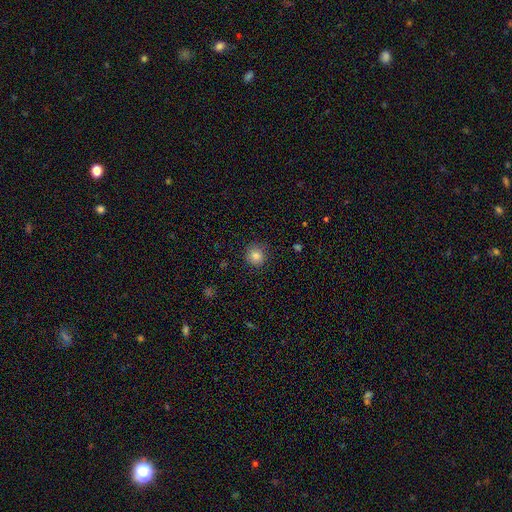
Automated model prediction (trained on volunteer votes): smooth_or_featured: smooth (p=0.83) [alt: star or artifact p=0.11]
how_rounded: round (p=0.91) [alt: in between p=0.08]
merging: none (p=0.86) [alt: minor disturbance p=0.10]